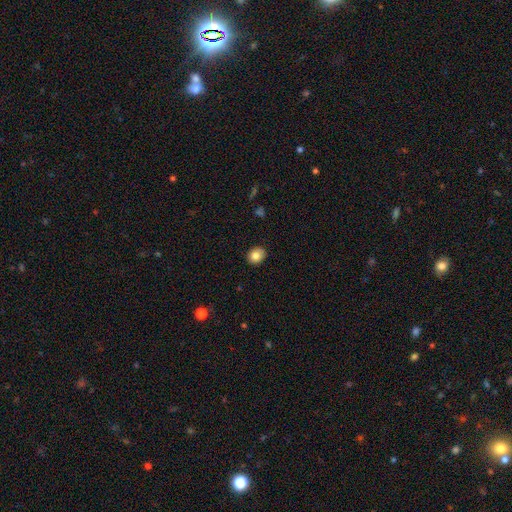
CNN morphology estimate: type=smooth (83%); roundness=round (65%); merging=none (89%).